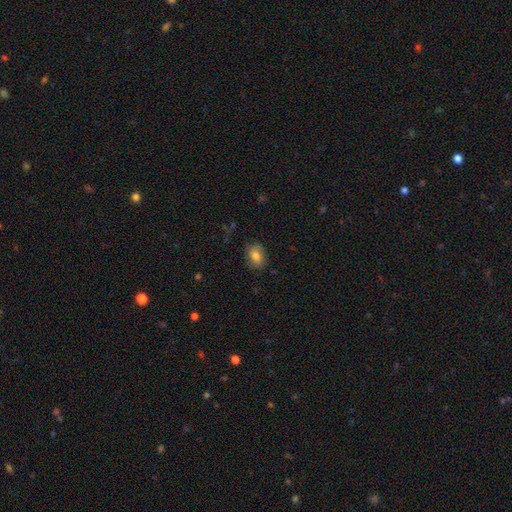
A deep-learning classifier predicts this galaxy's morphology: This appears to be a smooth galaxy with no disk features (78%) that is in between round and cigar-shaped (74%). Merging: none (81%).